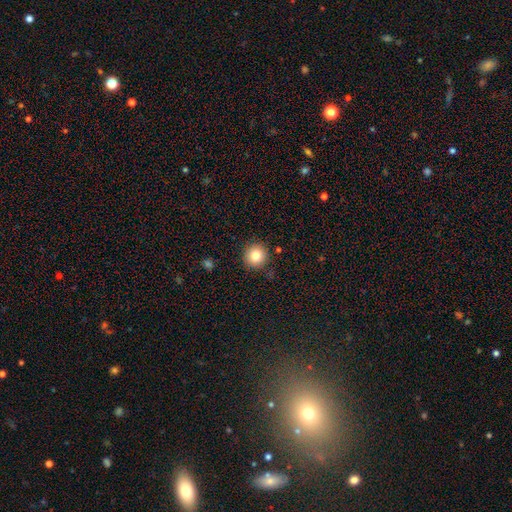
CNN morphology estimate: Smooth or featured?
  - smooth: 82% *
  - star or artifact: 10%
  - featured or disk: 8%
How rounded?
  - round: 94% *
  - in between: 5%
  - cigar-shaped: 1%
Merging?
  - none: 90% *
  - minor disturbance: 7%
  - major disturbance: 2%
  - merger: 2%